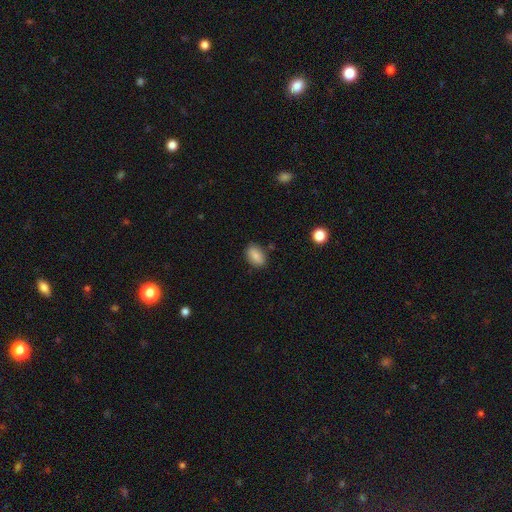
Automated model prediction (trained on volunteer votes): smooth 83%, featured or disk 9%, star or artifact 8%. Down the decision tree: how rounded — in between (87%); merging — none (83%).